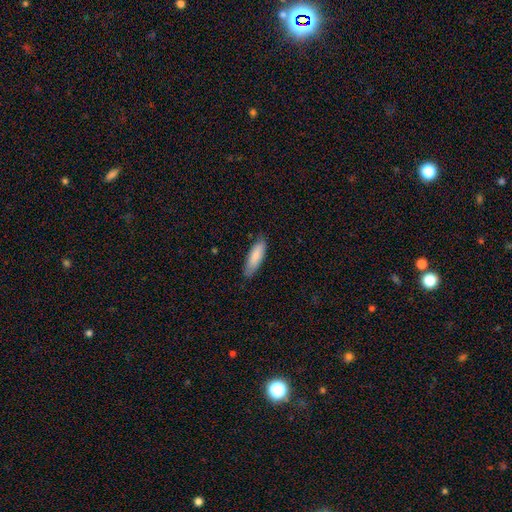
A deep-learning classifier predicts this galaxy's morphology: A smooth galaxy with no disk features (84%) that is cigar-shaped (53%). Merging: none (82%).